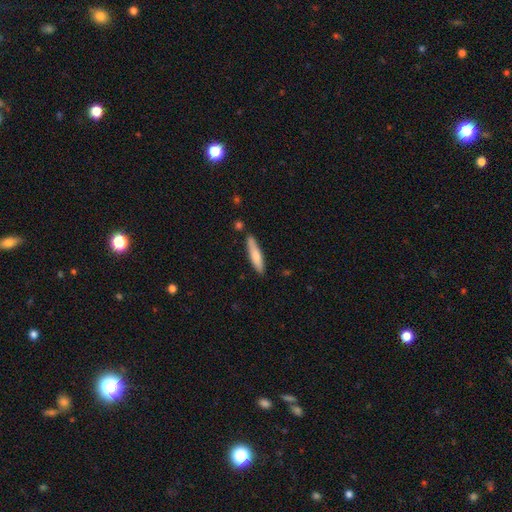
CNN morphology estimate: Smooth or featured? Predicted: smooth (p=0.71). How rounded? Predicted: cigar-shaped (p=0.84). Merging? Predicted: none (p=0.82).